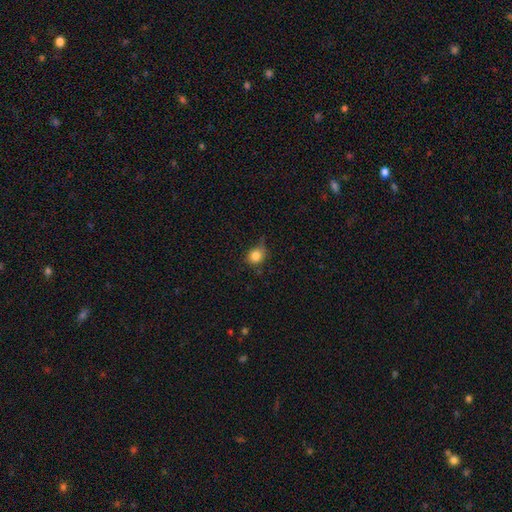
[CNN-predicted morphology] The model was most divided on "merging": none: 57%, minor disturbance: 32%, major disturbance: 8%, merger: 2%. More confident: smooth or featured — smooth (83%); how rounded — round (70%).